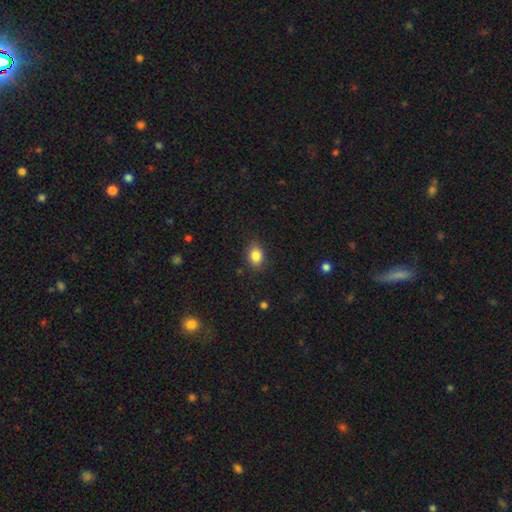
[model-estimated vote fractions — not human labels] smooth-or-featured: smooth: 85% | star or artifact: 9% | featured or disk: 6%
  how-rounded: in between: 68% | round: 31% | cigar-shaped: 1%
  merging: none: 86% | minor disturbance: 10% | major disturbance: 3% | merger: 1%